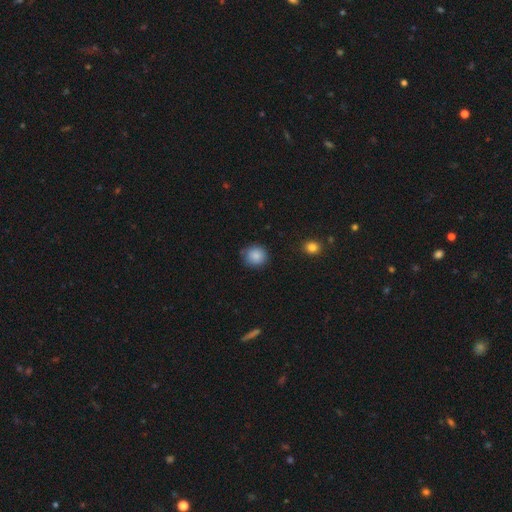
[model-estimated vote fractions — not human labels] smooth_or_featured: smooth (p=0.87) [alt: star or artifact p=0.09]
how_rounded: round (p=0.87) [alt: in between p=0.12]
merging: none (p=0.78) [alt: minor disturbance p=0.17]